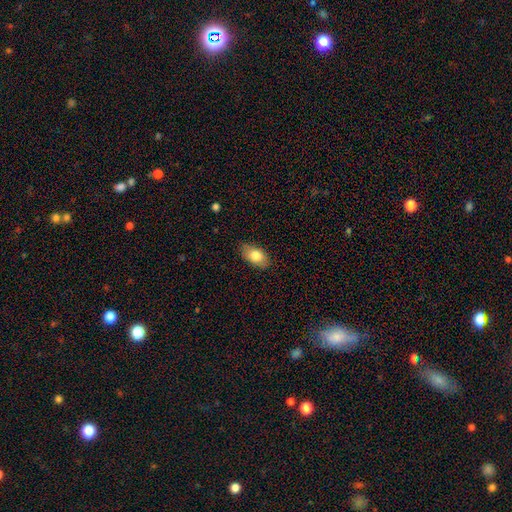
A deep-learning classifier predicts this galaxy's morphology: smooth_or_featured: smooth (p=0.80) [alt: featured or disk p=0.13]
how_rounded: in between (p=0.91) [alt: round p=0.06]
merging: none (p=0.84) [alt: minor disturbance p=0.12]